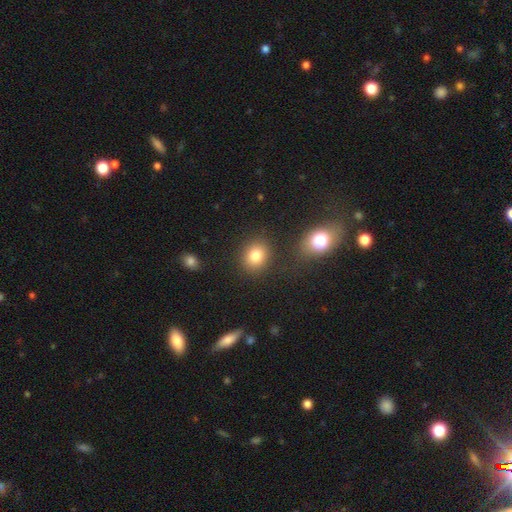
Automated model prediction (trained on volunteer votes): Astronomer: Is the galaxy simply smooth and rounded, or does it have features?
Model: smooth — 81%.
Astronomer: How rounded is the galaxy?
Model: round — 70%.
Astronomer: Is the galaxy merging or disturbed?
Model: none — 83%.